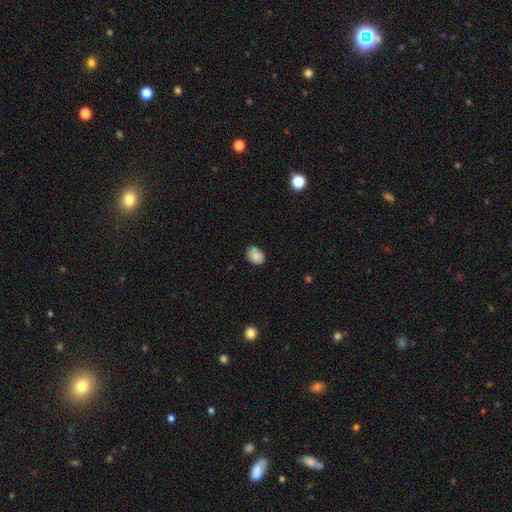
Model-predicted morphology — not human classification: smooth_or_featured: smooth (p=0.85) [alt: star or artifact p=0.08]
how_rounded: in between (p=0.76) [alt: round p=0.23]
merging: none (p=0.75) [alt: minor disturbance p=0.20]